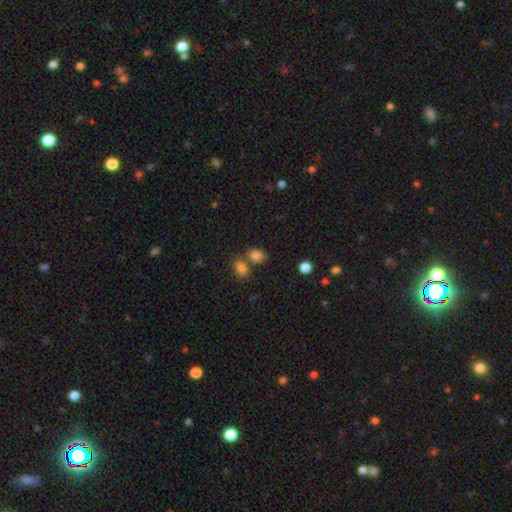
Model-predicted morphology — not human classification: smooth_or_featured: smooth (p=0.83) [alt: star or artifact p=0.12]
how_rounded: in between (p=0.69) [alt: round p=0.30]
merging: none (p=0.52) [alt: merger p=0.32]